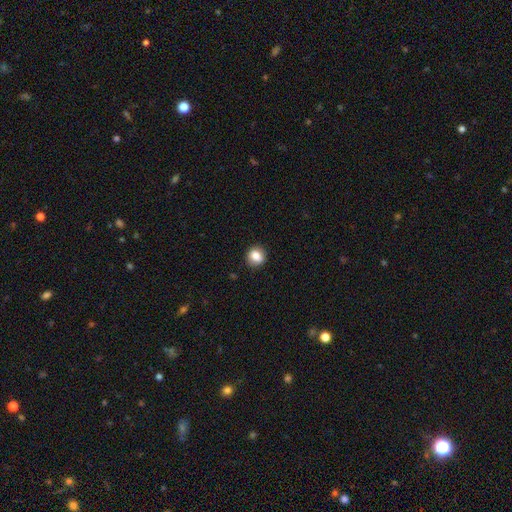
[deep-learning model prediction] A smooth galaxy with no disk features (82%) that is round (80%). Merging: none (88%).